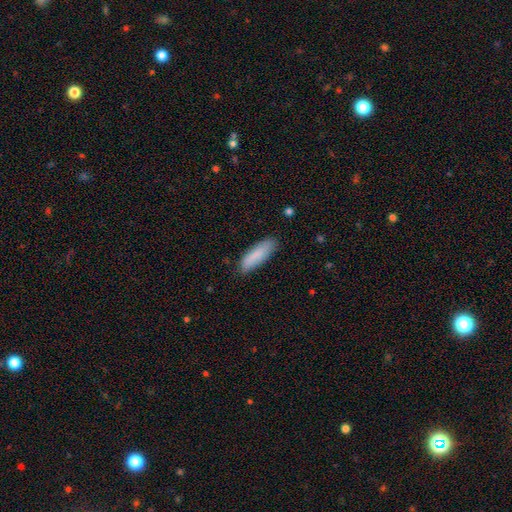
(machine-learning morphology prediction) Smooth or featured? smooth (86%)
How rounded? cigar-shaped (55%)
Merging? none (82%)